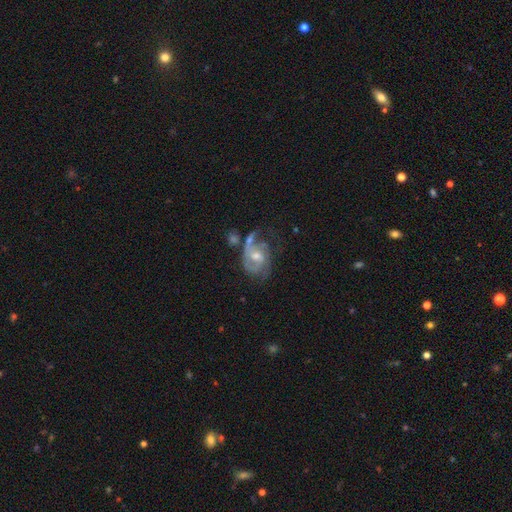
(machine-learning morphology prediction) Q: Smooth or featured?
A: featured or disk (78%); runner-up: smooth (15%)
Q: Edge-on disk?
A: no (97%); runner-up: yes (3%)
Q: Bar?
A: no (51%); runner-up: weak (40%)
Q: Spiral arms?
A: yes (87%); runner-up: no (13%)
Q: Spiral winding?
A: medium (46%); runner-up: tight (33%)
Q: Spiral arm count?
A: 2 (55%); runner-up: can't tell (19%)
Q: Bulge size?
A: moderate (63%); runner-up: small (28%)
Q: Merging?
A: none (34%); runner-up: major disturbance (26%)